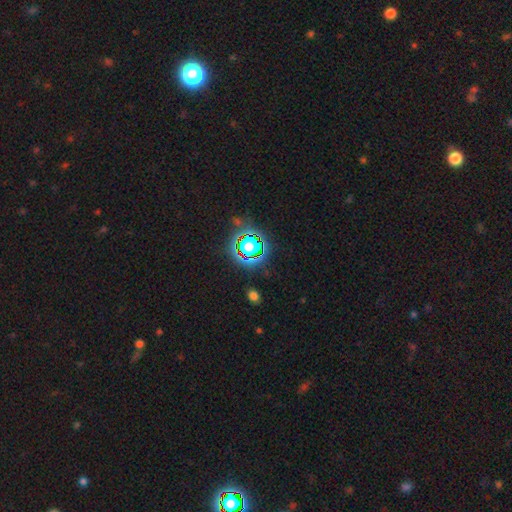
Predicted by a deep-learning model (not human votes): The model was most divided on "smooth or featured": star or artifact: 81%, smooth: 11%, featured or disk: 8%.